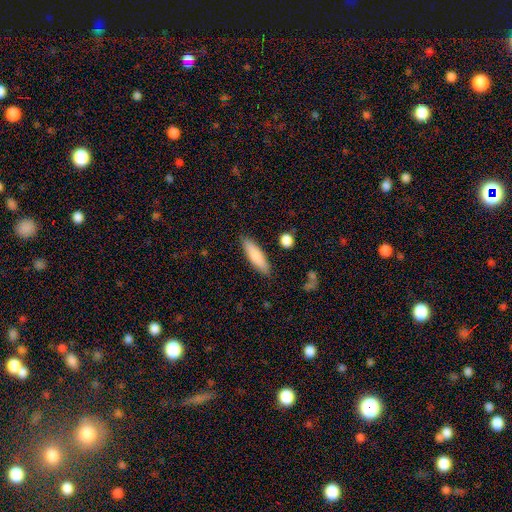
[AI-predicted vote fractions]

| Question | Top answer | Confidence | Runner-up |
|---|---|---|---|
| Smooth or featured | smooth | 80% | featured or disk (14%) |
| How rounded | cigar-shaped | 64% | in between (34%) |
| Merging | none | 86% | minor disturbance (10%) |